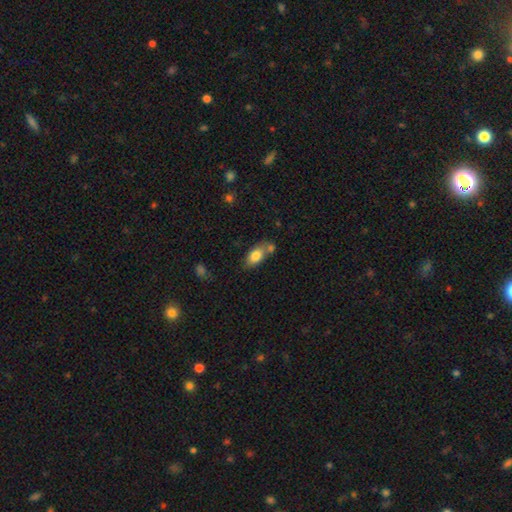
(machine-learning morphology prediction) Q: Smooth or featured?
A: smooth (79%); runner-up: featured or disk (14%)
Q: How rounded?
A: in between (87%); runner-up: round (7%)
Q: Merging?
A: none (49%); runner-up: merger (27%)